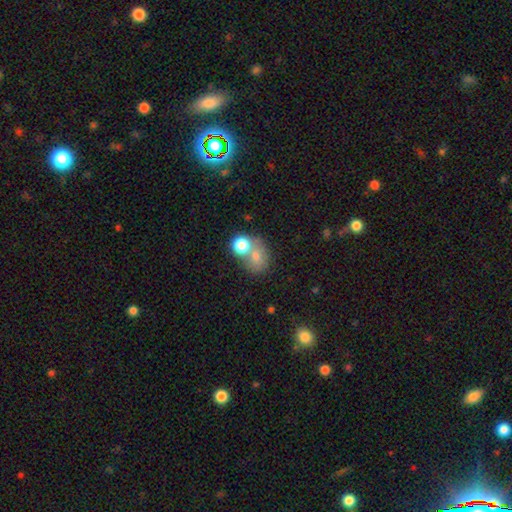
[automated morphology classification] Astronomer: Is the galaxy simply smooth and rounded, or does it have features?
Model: smooth — 71%.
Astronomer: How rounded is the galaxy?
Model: round — 56% (runner-up: in between, 43%).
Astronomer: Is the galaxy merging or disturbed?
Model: merger — 47% (runner-up: none, 37%).